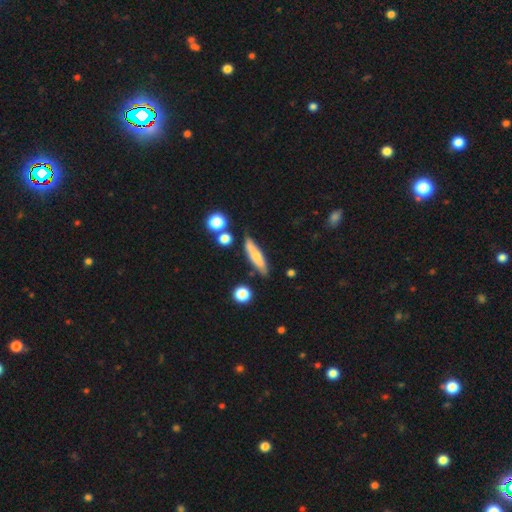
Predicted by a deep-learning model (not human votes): Smooth or featured: smooth — 60% (featured or disk — 33%)
How rounded: cigar-shaped — 74% (in between — 23%)
Merging: none — 76% (minor disturbance — 15%)